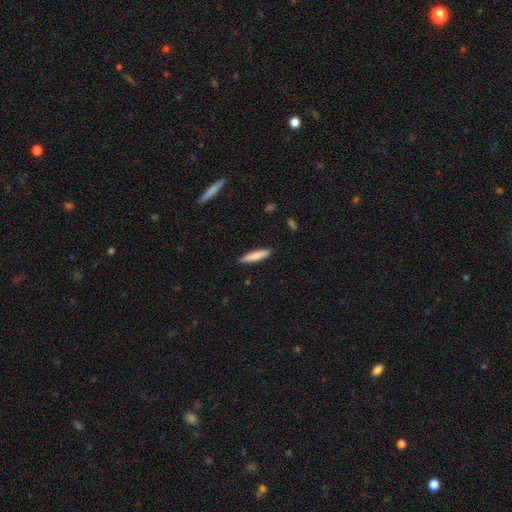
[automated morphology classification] Smooth or featured? smooth (82%)
How rounded? cigar-shaped (81%)
Merging? none (89%)